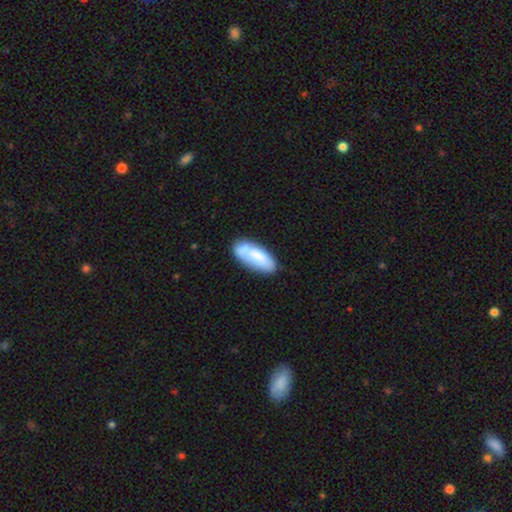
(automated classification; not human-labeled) Q: Smooth or featured?
A: smooth (73%); runner-up: featured or disk (21%)
Q: How rounded?
A: in between (74%); runner-up: cigar-shaped (24%)
Q: Merging?
A: none (58%); runner-up: minor disturbance (23%)